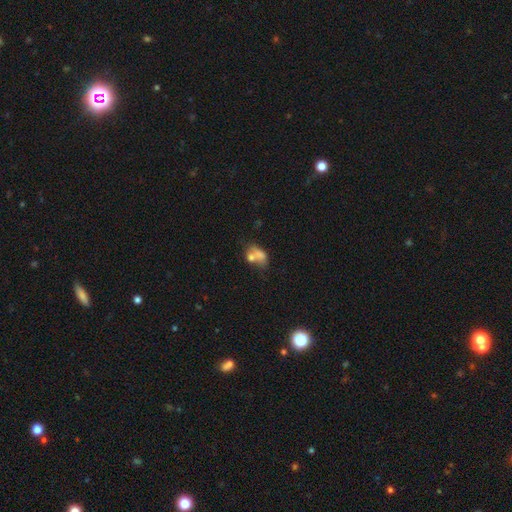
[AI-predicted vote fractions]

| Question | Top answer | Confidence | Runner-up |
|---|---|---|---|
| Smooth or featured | smooth | 63% | featured or disk (25%) |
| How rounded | in between | 75% | round (23%) |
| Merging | merger | 53% | none (24%) |